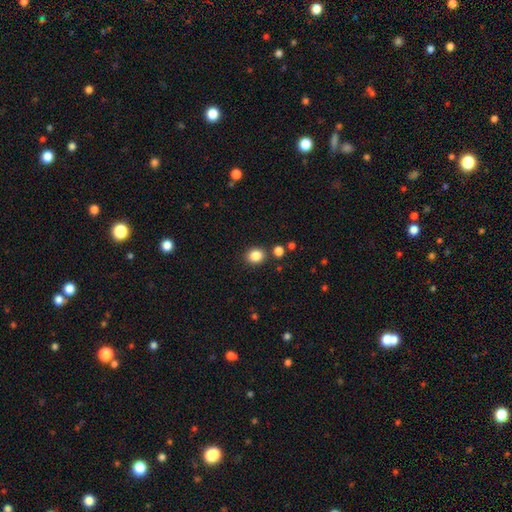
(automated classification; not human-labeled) Morphology: type=smooth (85%); roundness=round (68%); merging=none (85%).